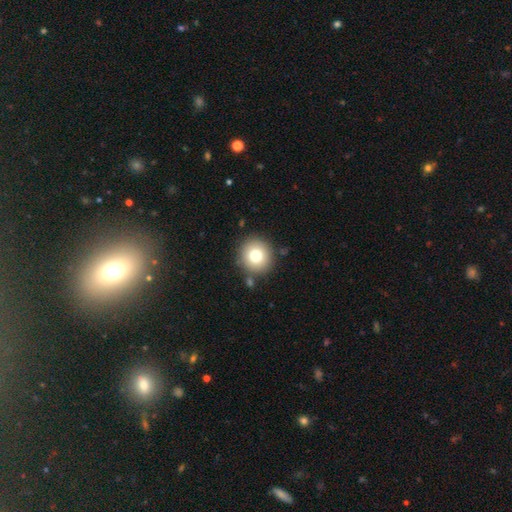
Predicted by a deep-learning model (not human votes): Smooth or featured? smooth (77%)
How rounded? round (93%)
Merging? none (87%)